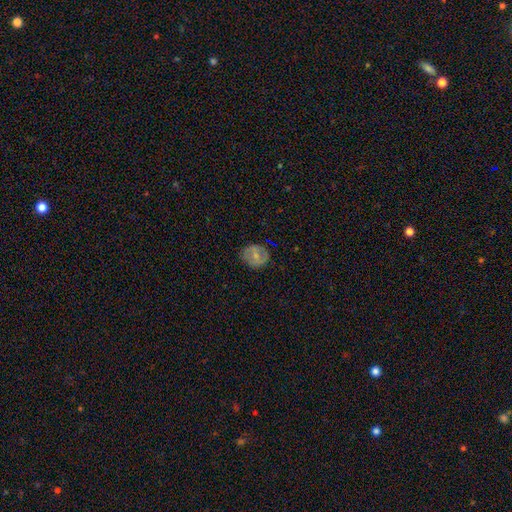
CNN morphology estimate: smooth 58%, featured or disk 33%, star or artifact 9%. Down the decision tree: how rounded — round (67%); merging — none (78%).